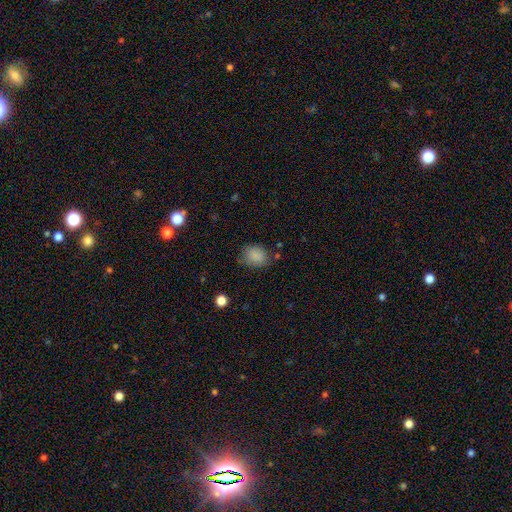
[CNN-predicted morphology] Smooth or featured: smooth — 84% (star or artifact — 10%)
How rounded: in between — 50% (round — 49%)
Merging: none — 73% (minor disturbance — 19%)